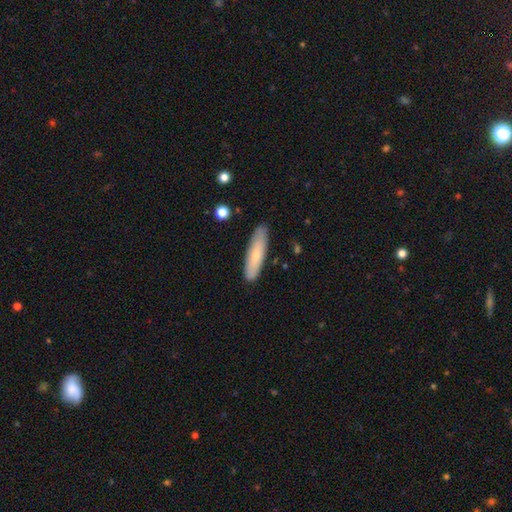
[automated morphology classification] smooth_or_featured: smooth (p=0.73) [alt: featured or disk p=0.21]
how_rounded: cigar-shaped (p=0.72) [alt: in between p=0.27]
merging: none (p=0.86) [alt: minor disturbance p=0.10]